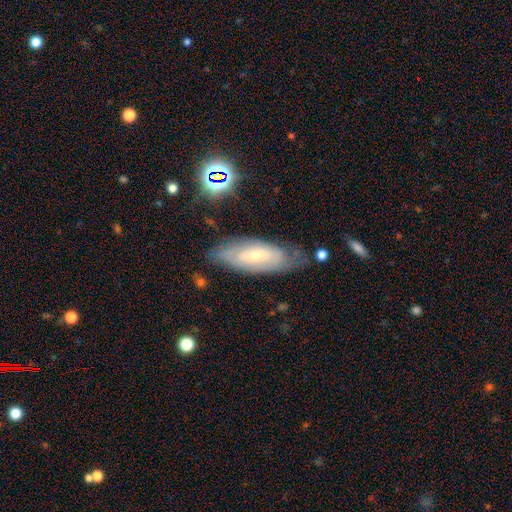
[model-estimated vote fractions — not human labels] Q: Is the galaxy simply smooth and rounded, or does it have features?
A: featured or disk — 62%.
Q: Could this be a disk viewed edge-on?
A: no — 84%.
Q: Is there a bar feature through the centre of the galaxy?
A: no — 44%.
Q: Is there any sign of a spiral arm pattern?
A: yes — 76%.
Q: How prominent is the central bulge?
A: small — 71%.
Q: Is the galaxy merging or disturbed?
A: none — 71%.